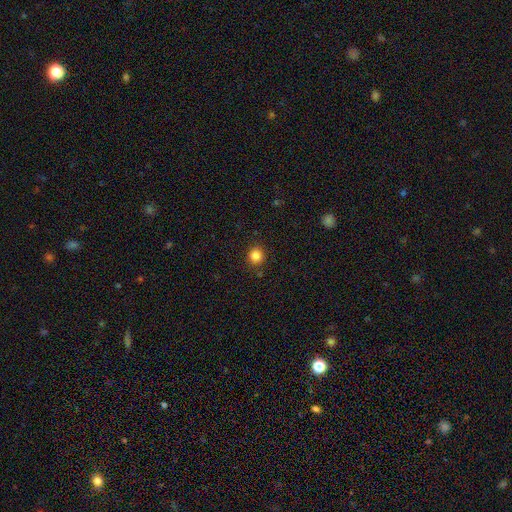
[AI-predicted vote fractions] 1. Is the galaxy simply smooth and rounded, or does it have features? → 84% smooth, 12% star or artifact, 4% featured or disk.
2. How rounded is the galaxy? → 90% round, 9% in between, 1% cigar-shaped.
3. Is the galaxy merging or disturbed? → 88% none, 7% minor disturbance, 2% major disturbance, 2% merger.